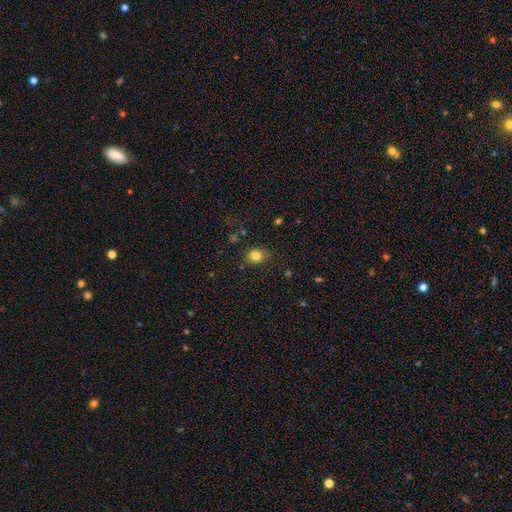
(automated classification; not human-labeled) A smooth galaxy with no disk features (82%) that is round (66%). Merging: none (81%).